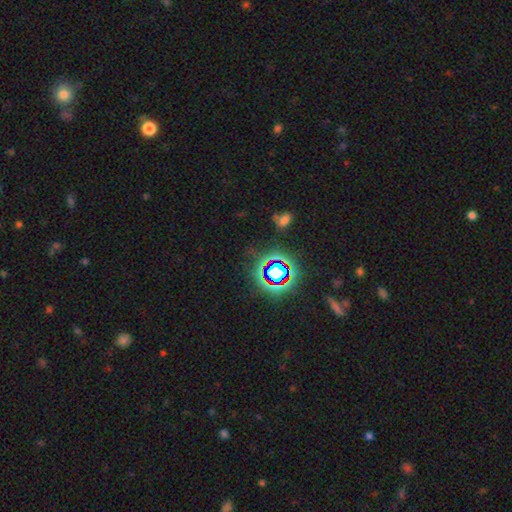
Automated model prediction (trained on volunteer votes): Smooth or featured?
  - star or artifact: 75% *
  - smooth: 16%
  - featured or disk: 10%